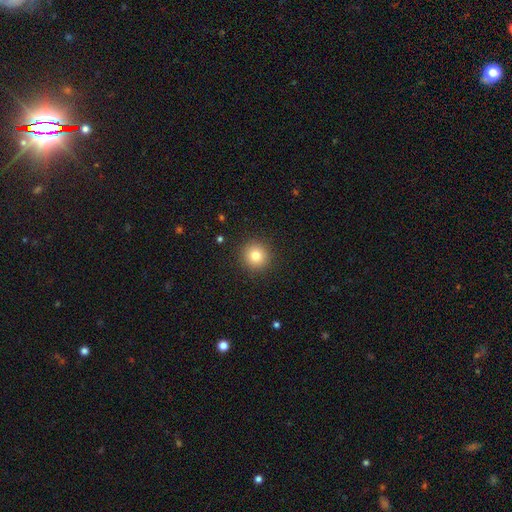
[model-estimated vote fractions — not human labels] A smooth galaxy with no disk features (81%) that is round (94%). Merging: none (91%).